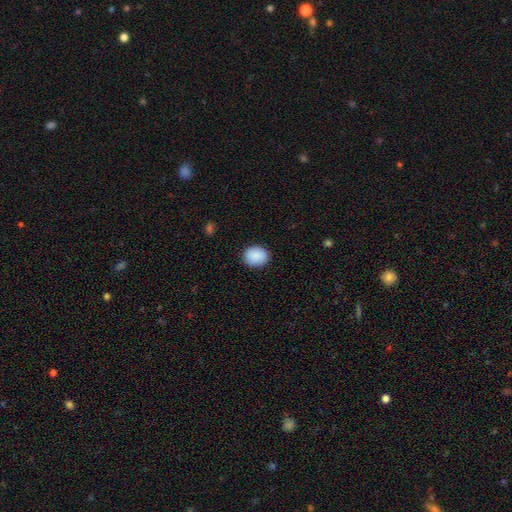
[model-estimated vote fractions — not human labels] smooth 90%, star or artifact 7%, featured or disk 3%. Down the decision tree: how rounded — round (57%); merging — none (88%).